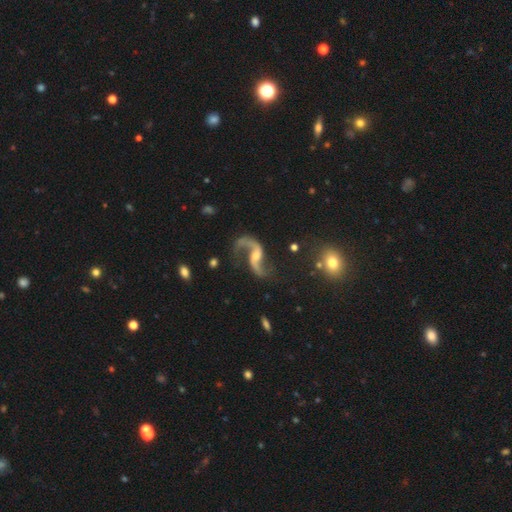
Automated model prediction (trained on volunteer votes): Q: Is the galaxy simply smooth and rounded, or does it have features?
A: featured or disk — 92%.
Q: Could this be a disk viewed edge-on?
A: no — 98%.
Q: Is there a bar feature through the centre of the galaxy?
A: no — 44%.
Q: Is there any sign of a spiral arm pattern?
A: yes — 98%.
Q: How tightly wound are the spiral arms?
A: loose — 81%.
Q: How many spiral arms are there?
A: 2 — 93%.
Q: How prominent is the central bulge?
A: small — 51%.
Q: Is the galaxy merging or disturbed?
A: none — 69%.